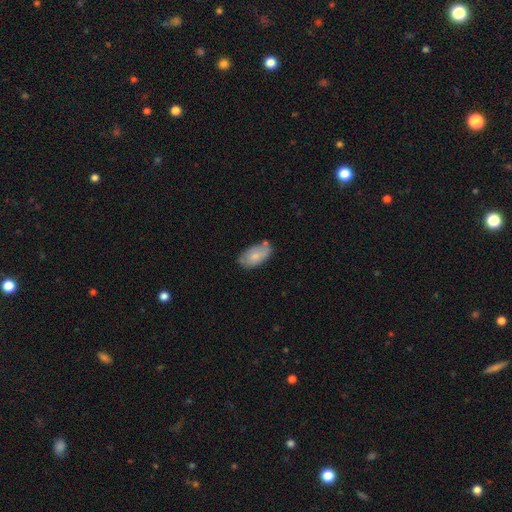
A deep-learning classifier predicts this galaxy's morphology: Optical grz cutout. It shows a smooth galaxy with no disk features (74%) that is in between round and cigar-shaped (94%). Merging: none (64%).